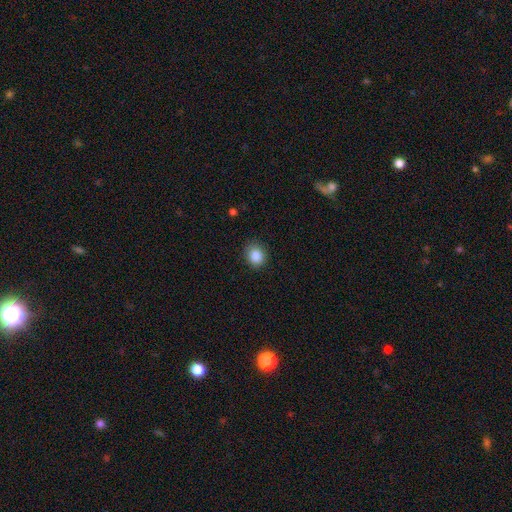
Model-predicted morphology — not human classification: Smooth or featured?
  - smooth: 86% *
  - star or artifact: 9%
  - featured or disk: 5%
How rounded?
  - round: 72% *
  - in between: 28%
  - cigar-shaped: 1%
Merging?
  - none: 85% *
  - minor disturbance: 11%
  - major disturbance: 3%
  - merger: 1%